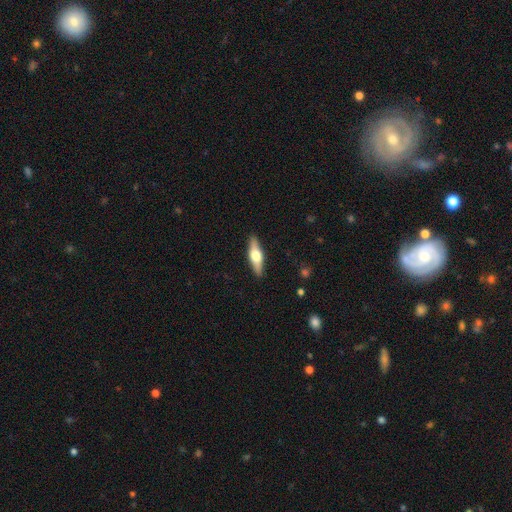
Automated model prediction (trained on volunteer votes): Morphology: type=featured or disk (51%); edge-on=yes (92%); merging=none (90%).